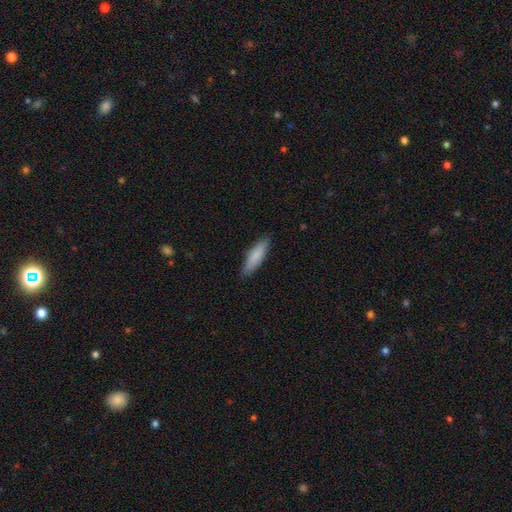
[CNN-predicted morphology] This is clearly a smooth galaxy (84%). How rounded: likely cigar-shaped (67%). Merging: clearly none (87%).